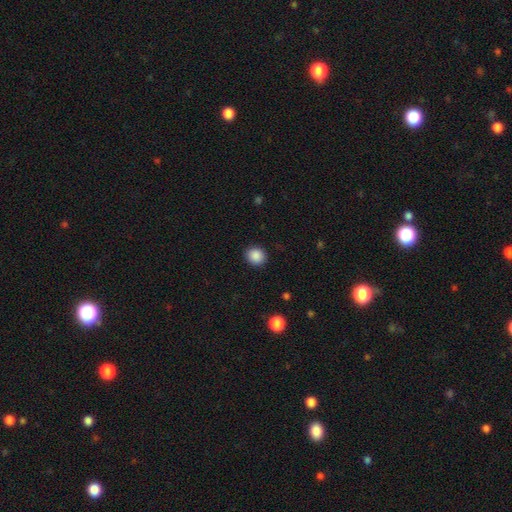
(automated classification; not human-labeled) Smooth or featured?
  - smooth: 88% *
  - star or artifact: 9%
  - featured or disk: 3%
How rounded?
  - round: 81% *
  - in between: 18%
  - cigar-shaped: 1%
Merging?
  - none: 91% *
  - minor disturbance: 6%
  - major disturbance: 2%
  - merger: 1%